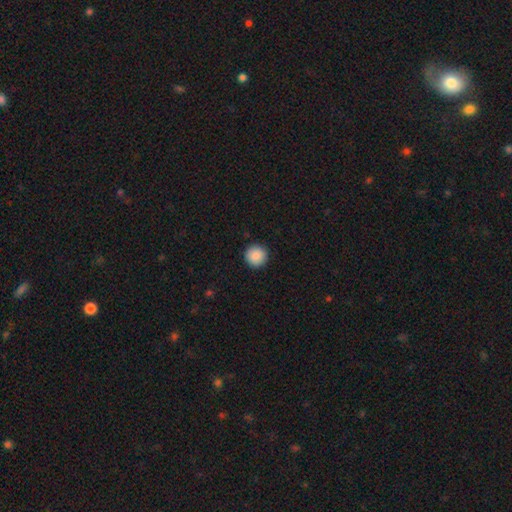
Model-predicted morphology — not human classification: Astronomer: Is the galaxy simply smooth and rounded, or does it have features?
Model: smooth — 89%.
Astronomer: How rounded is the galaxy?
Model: round — 96%.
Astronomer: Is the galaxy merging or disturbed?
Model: none — 93%.